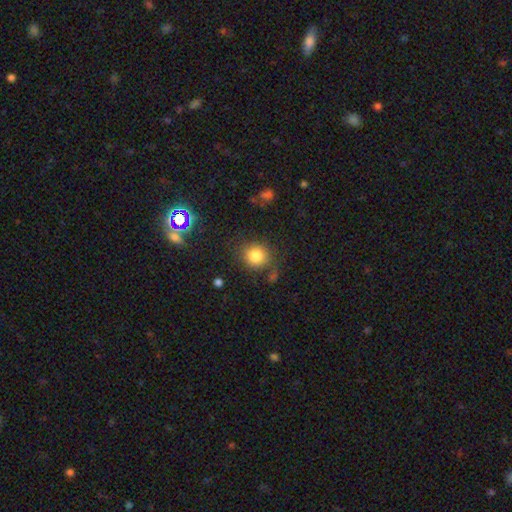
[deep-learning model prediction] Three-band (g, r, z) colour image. It shows a smooth galaxy with no disk features (83%) that is round (86%). Merging: none (79%).